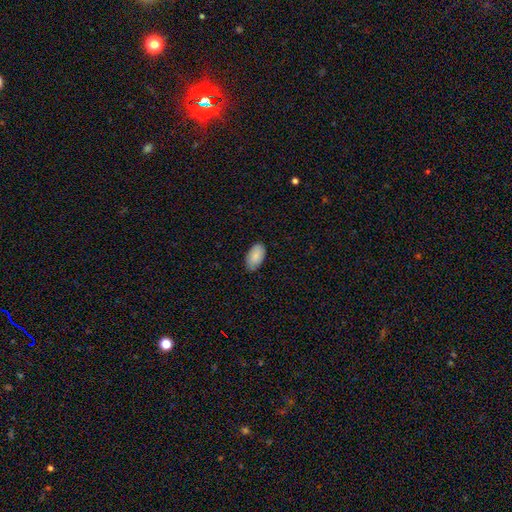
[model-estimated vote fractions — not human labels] smooth_or_featured: smooth (p=0.86) [alt: featured or disk p=0.08]
how_rounded: in between (p=0.95) [alt: round p=0.03]
merging: none (p=0.82) [alt: minor disturbance p=0.14]